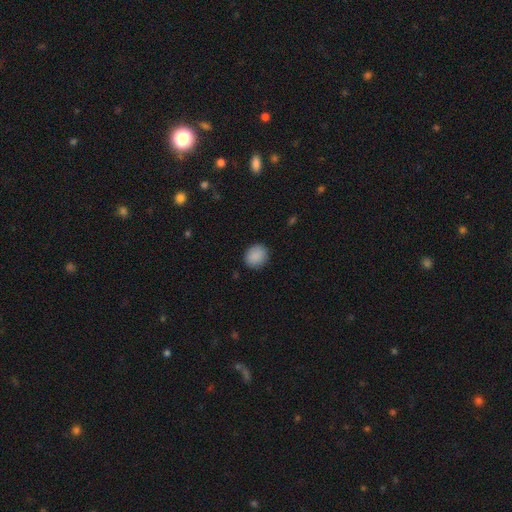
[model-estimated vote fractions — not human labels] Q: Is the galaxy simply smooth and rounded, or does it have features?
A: smooth — 89%.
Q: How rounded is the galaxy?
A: round — 75%.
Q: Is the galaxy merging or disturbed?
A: none — 88%.